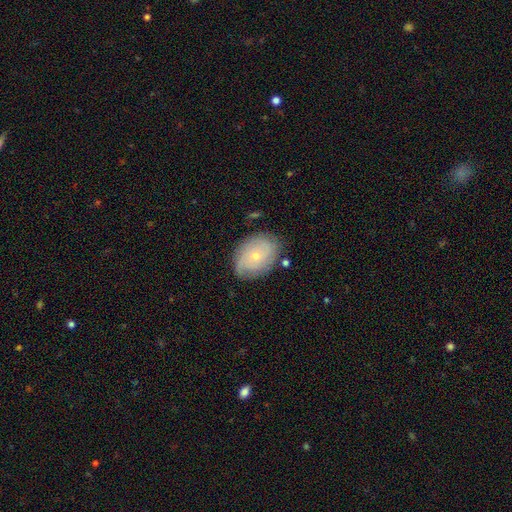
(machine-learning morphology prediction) This appears to be a featured or disk galaxy (60%) with no bar (84%), spiral arms (80%) and a small central bulge (73%). Merging: none (75%).